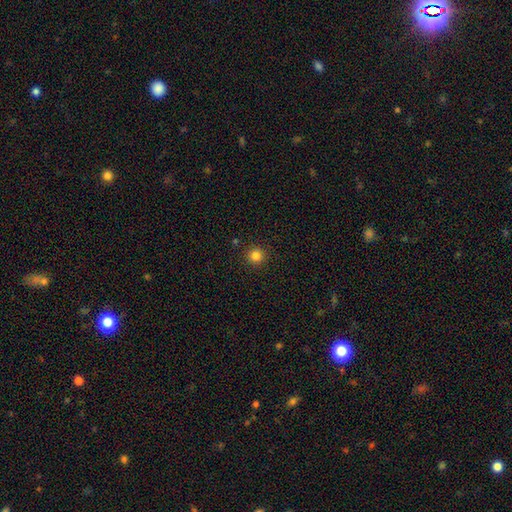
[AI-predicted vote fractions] Smooth or featured? Predicted: smooth (p=0.83). How rounded? Predicted: round (p=0.95). Merging? Predicted: none (p=0.91).